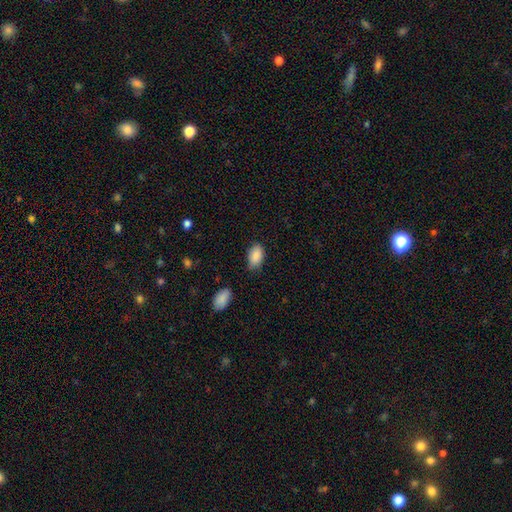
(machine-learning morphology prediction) Overall: smooth (88%). How rounded: in between (92%). Merging: none (66%; minor disturbance 27%).